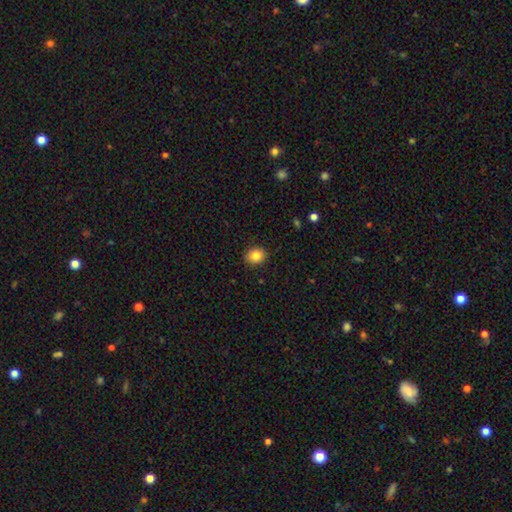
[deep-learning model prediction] Q: Smooth or featured?
A: smooth (84%); runner-up: star or artifact (10%)
Q: How rounded?
A: round (67%); runner-up: in between (32%)
Q: Merging?
A: none (89%); runner-up: minor disturbance (8%)